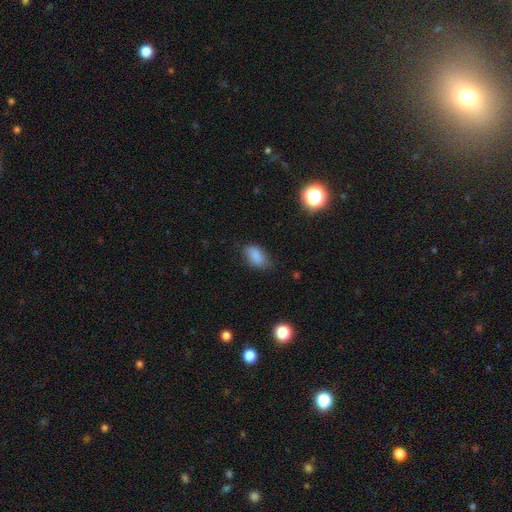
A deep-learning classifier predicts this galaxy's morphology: Smooth or featured? Predicted: smooth (p=0.84). How rounded? Predicted: in between (p=0.90). Merging? Predicted: none (p=0.68).